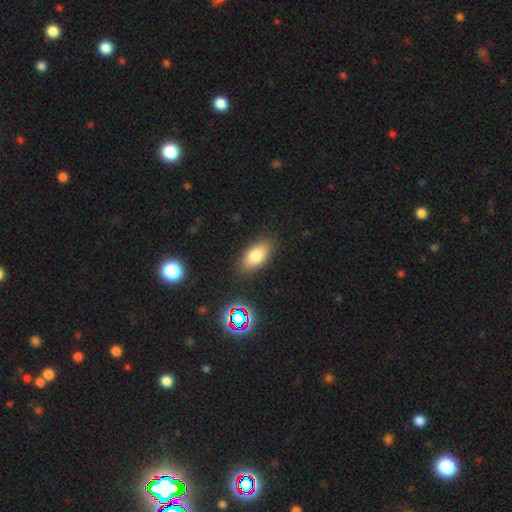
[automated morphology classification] smooth-or-featured: smooth: 76% | featured or disk: 13% | star or artifact: 11%
  how-rounded: in between: 89% | cigar-shaped: 6% | round: 5%
  merging: none: 85% | minor disturbance: 10% | major disturbance: 3% | merger: 2%